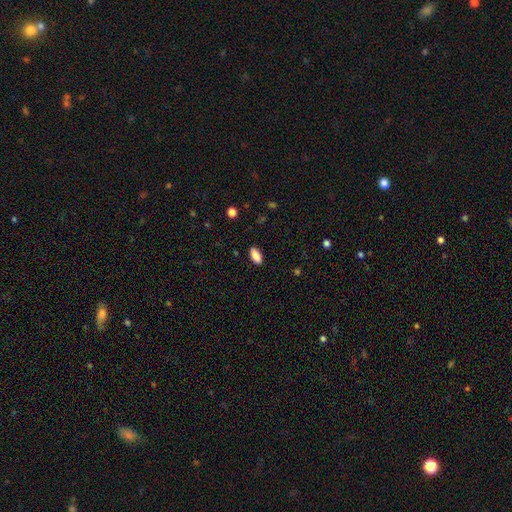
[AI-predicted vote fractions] The model was most divided on "how rounded": in between: 85%, cigar-shaped: 13%, round: 2%. More confident: merging — none (89%); smooth or featured — smooth (88%).